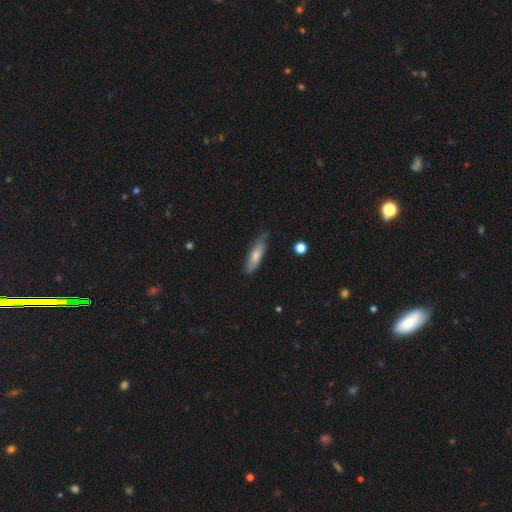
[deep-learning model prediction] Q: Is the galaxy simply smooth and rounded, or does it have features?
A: smooth — 71%.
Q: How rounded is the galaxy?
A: cigar-shaped — 60%.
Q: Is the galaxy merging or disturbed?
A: none — 70%.